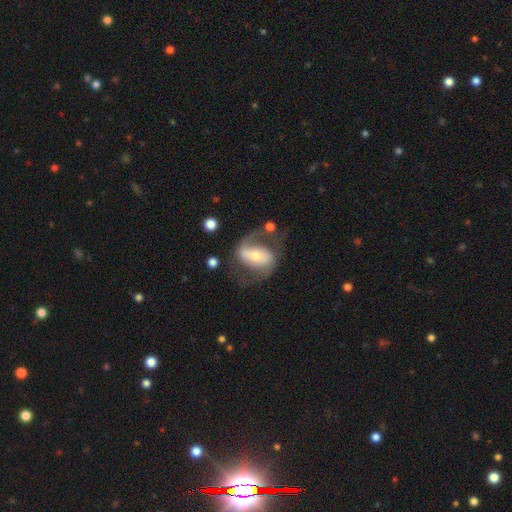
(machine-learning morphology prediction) Smooth or featured: featured or disk — 80% (smooth — 15%)
Edge-on disk: no — 97% (yes — 3%)
Bar: strong — 43% (weak — 33%)
Spiral arms: yes — 91% (no — 9%)
Spiral winding: medium — 47% (loose — 38%)
Spiral arm count: 2 — 88% (1 — 5%)
Bulge size: moderate — 51% (small — 39%)
Merging: none — 57% (major disturbance — 20%)